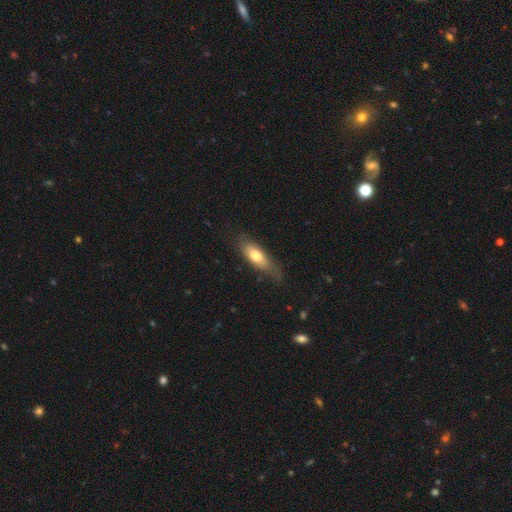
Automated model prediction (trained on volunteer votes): Overall: smooth (69%). How rounded: in between (62%; cigar-shaped 35%). Merging: none (63%; minor disturbance 27%).